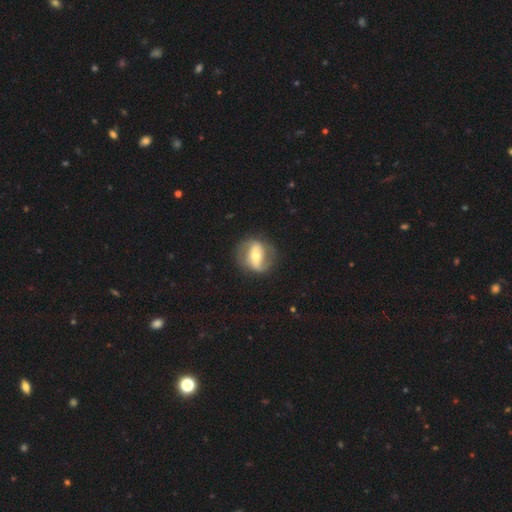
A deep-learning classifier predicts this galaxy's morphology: The model was most divided on "spiral arms": yes: 58%, no: 42%. More confident: edge-on disk — no (88%); merging — none (77%); smooth or featured — featured or disk (68%); bulge size — moderate (62%); bar — strong (60%).